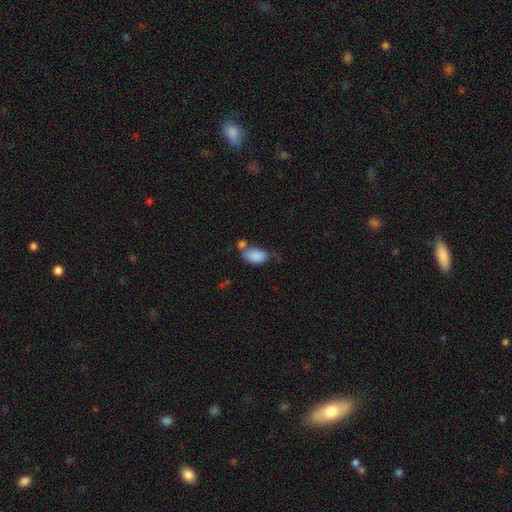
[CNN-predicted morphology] This appears to be a smooth galaxy with no disk features (85%) that is in between round and cigar-shaped (91%). Merging: none (41%).